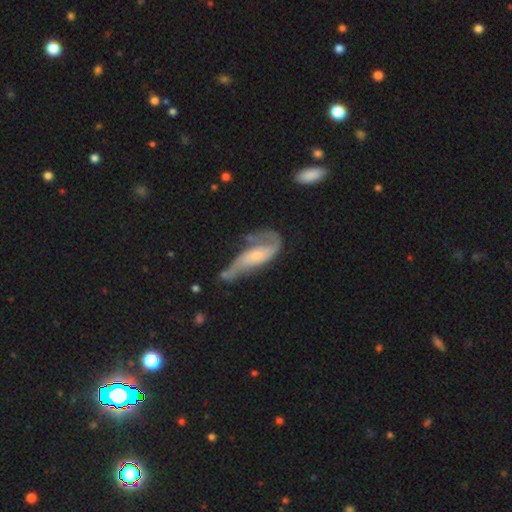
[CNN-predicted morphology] A featured or disk galaxy (70%) with no bar (57%), 2 (72%) loose (52%) spiral arms (87%) and a small central bulge (51%). Merging: none (33%).